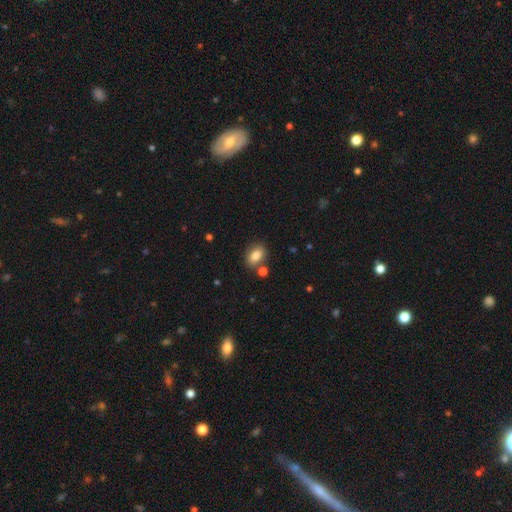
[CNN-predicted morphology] Q: Smooth or featured?
A: smooth (81%); runner-up: featured or disk (10%)
Q: How rounded?
A: in between (76%); runner-up: round (23%)
Q: Merging?
A: none (75%); runner-up: minor disturbance (11%)